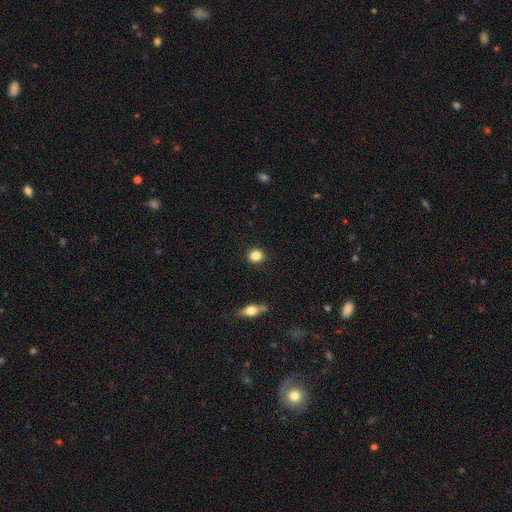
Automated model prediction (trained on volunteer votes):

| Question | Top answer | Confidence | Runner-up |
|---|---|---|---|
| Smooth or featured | smooth | 85% | star or artifact (10%) |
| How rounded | round | 89% | in between (10%) |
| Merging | none | 92% | minor disturbance (5%) |